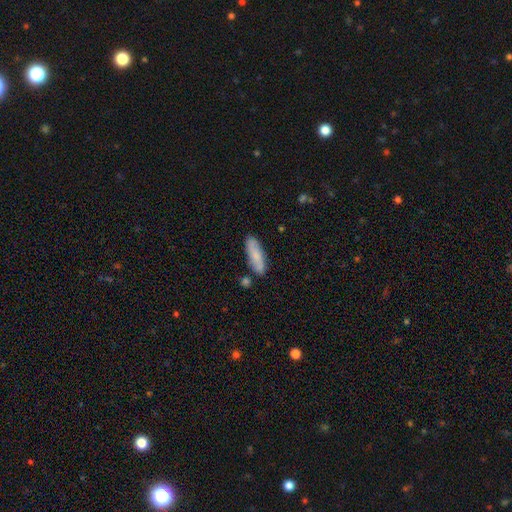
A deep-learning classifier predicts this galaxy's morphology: A smooth galaxy with no disk features (76%) that is cigar-shaped (58%).

Vote fractions:
- Smooth or featured? smooth: 76% / featured or disk: 18% / star or artifact: 6%
- How rounded? cigar-shaped: 58% / in between: 40% / round: 2%
- Merging? none: 79% / minor disturbance: 13% / merger: 5% / major disturbance: 3%